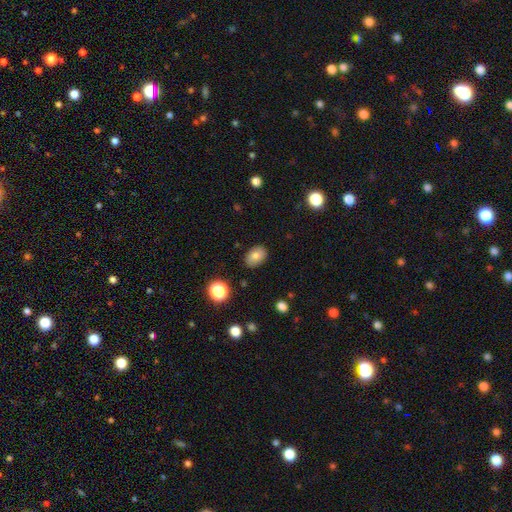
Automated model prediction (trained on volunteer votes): This appears to be a smooth galaxy with no disk features (80%) that is in between round and cigar-shaped (80%). Merging: none (85%).